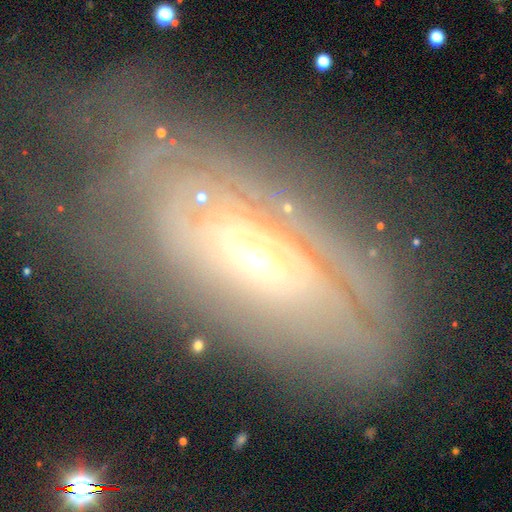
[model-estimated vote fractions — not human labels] This is likely a featured or disk galaxy (77%). It is clearly not viewed edge-on (83%). Bar: likely no (68%). Spiral arm pattern: likely yes (72%). Central bulge: possibly moderate (51%). Merging: possibly none (50%).